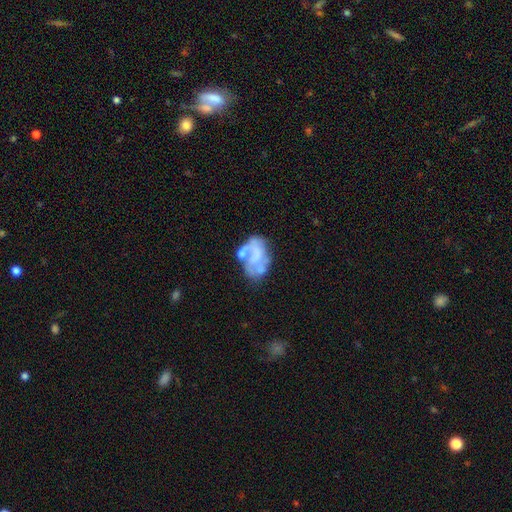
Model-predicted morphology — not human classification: The model was most divided on "spiral arms": no: 57%, yes: 43%. Remaining: edge-on disk — no (98%); bar — no (69%); smooth or featured — featured or disk (64%); bulge size — none (59%); merging — none (39%).